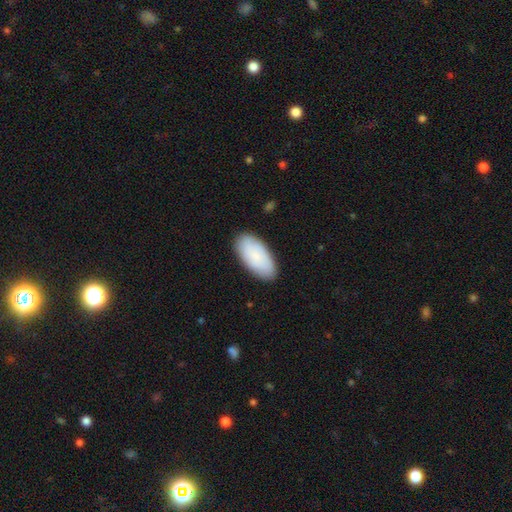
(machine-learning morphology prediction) A smooth galaxy with no disk features (82%) that is in between round and cigar-shaped (94%). Merging: none (87%).